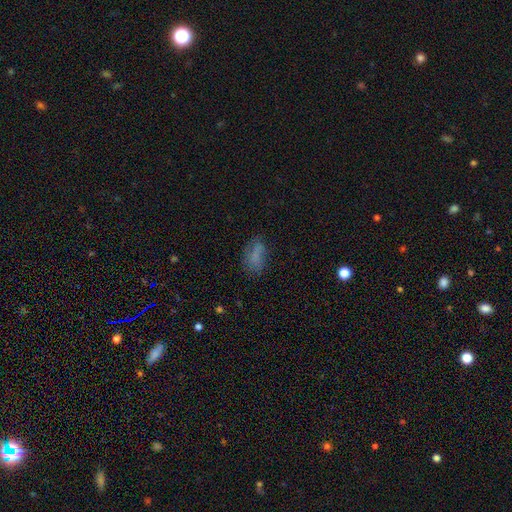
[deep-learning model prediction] Morphology: type=smooth (70%); roundness=in between (85%); merging=none (57%).